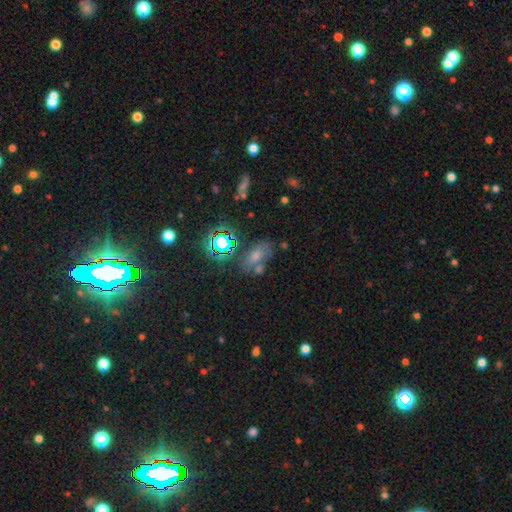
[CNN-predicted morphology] A smooth galaxy with no disk features (57%) that is in between round and cigar-shaped (82%). Merging: none (54%).